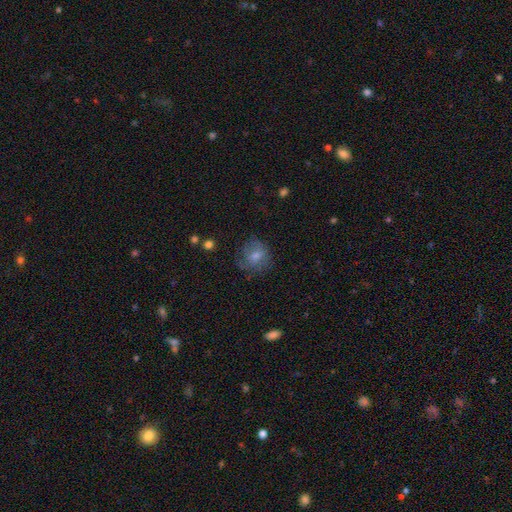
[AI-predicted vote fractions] The model was most divided on "merging": none: 59%, minor disturbance: 24%, major disturbance: 15%, merger: 2%. More confident: how rounded — round (73%); smooth or featured — smooth (66%).